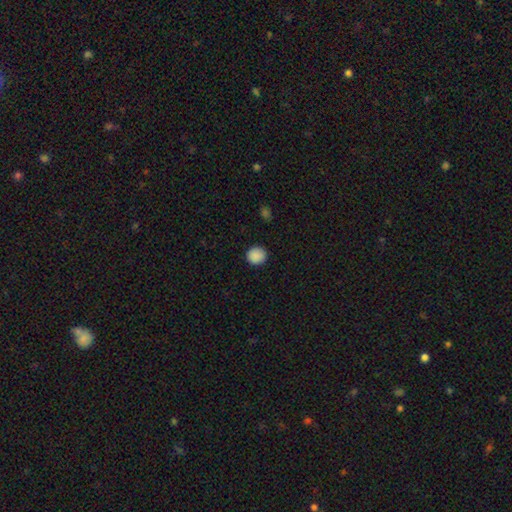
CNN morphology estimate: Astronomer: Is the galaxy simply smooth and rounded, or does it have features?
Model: smooth — 89%.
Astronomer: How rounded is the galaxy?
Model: round — 89%.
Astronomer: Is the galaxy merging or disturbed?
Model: none — 90%.